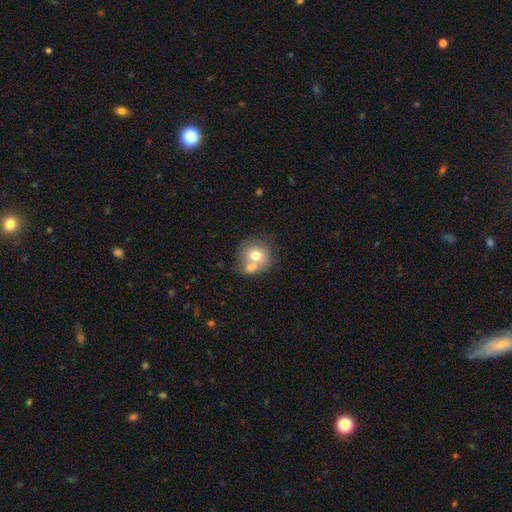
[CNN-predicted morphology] type=smooth (69%); roundness=round (81%); merging=merger (49%).